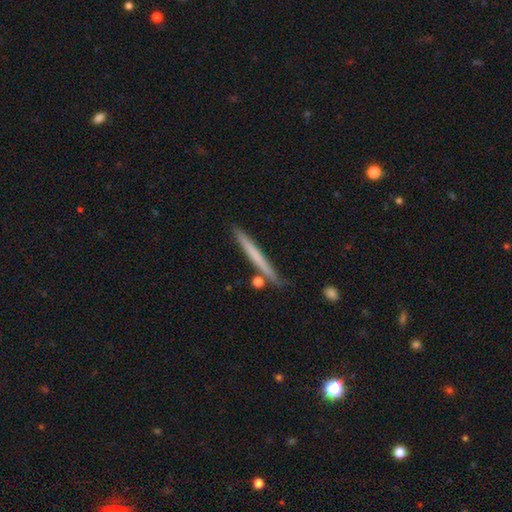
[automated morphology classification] Smooth or featured? smooth (55%)
How rounded? cigar-shaped (97%)
Merging? none (83%)